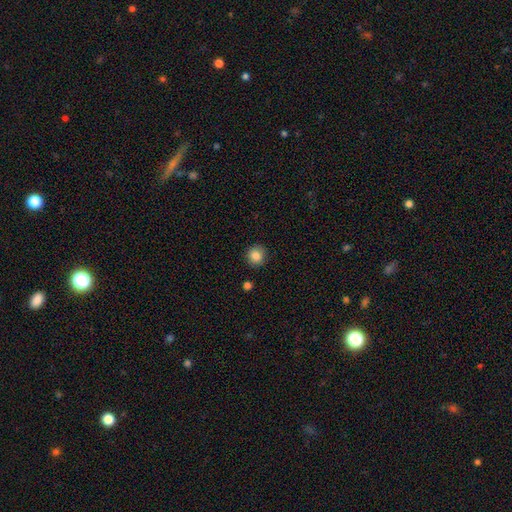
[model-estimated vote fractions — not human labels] Smooth or featured? smooth (86%)
How rounded? round (91%)
Merging? none (89%)